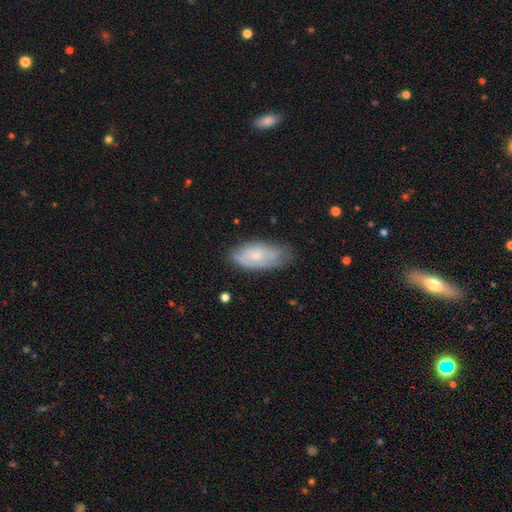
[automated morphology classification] Q: Smooth or featured?
A: smooth (57%); runner-up: featured or disk (36%)
Q: How rounded?
A: in between (89%); runner-up: cigar-shaped (8%)
Q: Merging?
A: none (64%); runner-up: minor disturbance (28%)